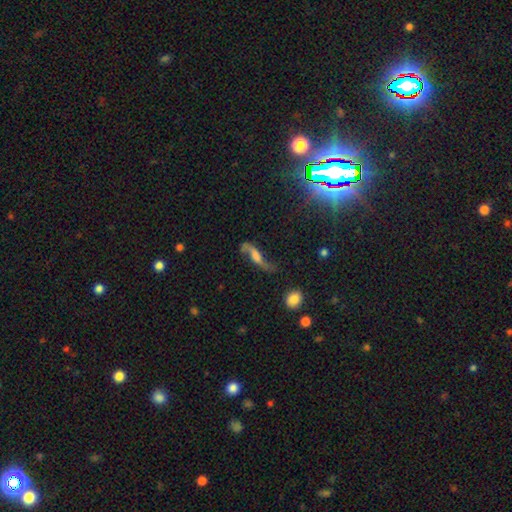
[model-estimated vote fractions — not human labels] The model was most divided on "bar": no: 43%, weak: 37%, strong: 20%. Remaining: spiral winding — loose (90%); spiral arm count — 2 (90%); spiral arms — yes (90%); edge-on disk — no (81%); smooth or featured — featured or disk (72%); merging — none (53%); bulge size — none (33%).